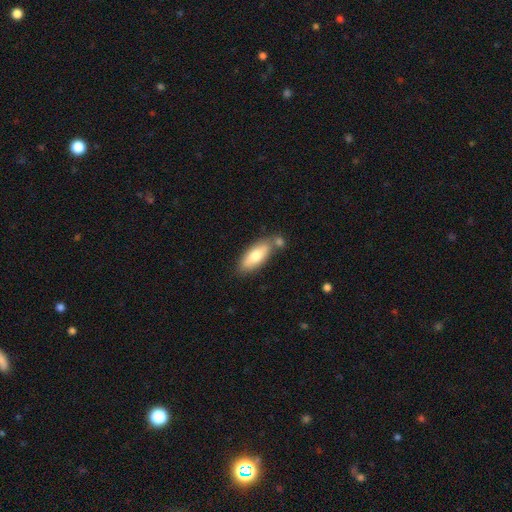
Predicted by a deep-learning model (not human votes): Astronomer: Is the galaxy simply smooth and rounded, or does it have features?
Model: smooth — 72%.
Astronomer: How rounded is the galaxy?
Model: in between — 75%.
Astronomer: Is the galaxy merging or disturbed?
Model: none — 62%.